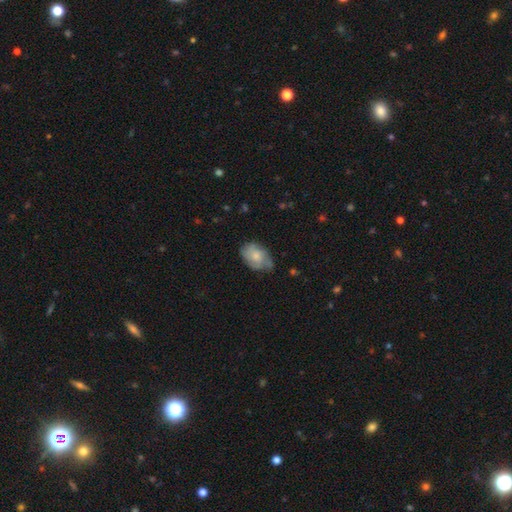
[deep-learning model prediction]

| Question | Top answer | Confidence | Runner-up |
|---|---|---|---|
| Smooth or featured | smooth | 65% | featured or disk (28%) |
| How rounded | in between | 83% | round (16%) |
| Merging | none | 53% | minor disturbance (35%) |